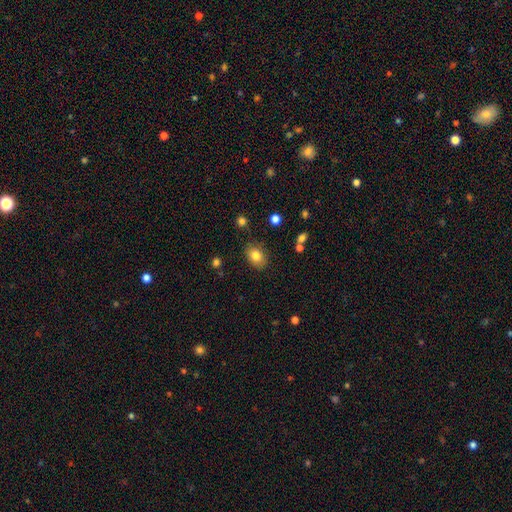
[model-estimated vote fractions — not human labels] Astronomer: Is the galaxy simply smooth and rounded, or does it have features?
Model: smooth — 82%.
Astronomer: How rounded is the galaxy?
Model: in between — 70%.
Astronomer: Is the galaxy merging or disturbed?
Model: none — 83%.